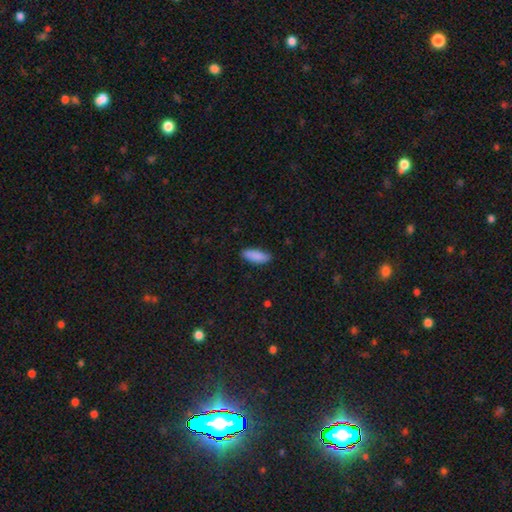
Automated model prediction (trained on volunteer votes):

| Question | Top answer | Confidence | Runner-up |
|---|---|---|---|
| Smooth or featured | smooth | 88% | star or artifact (6%) |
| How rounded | in between | 71% | cigar-shaped (27%) |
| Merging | none | 81% | minor disturbance (15%) |